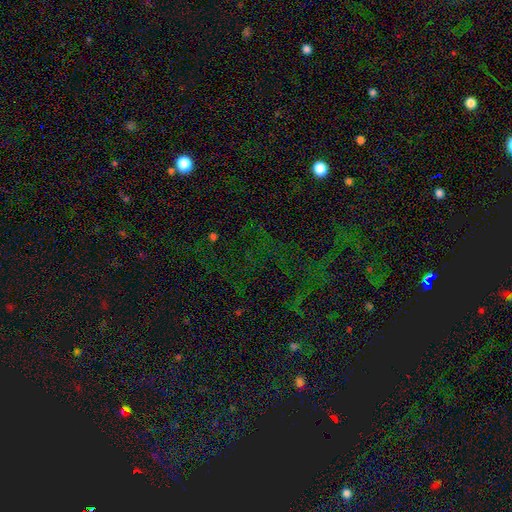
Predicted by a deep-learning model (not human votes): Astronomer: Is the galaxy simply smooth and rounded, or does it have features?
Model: star or artifact — 73%.